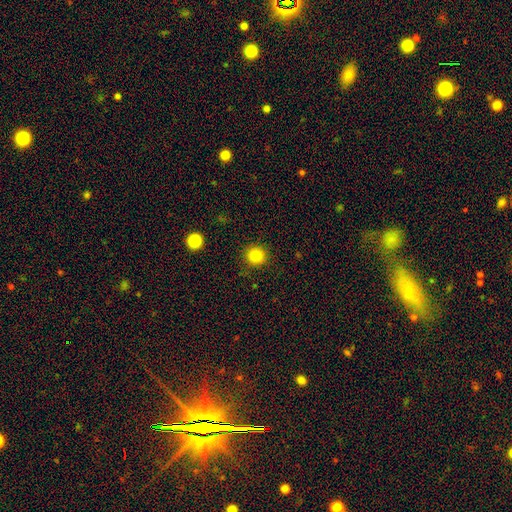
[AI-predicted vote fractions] Smooth or featured: smooth — 84% (star or artifact — 12%)
How rounded: round — 93% (in between — 6%)
Merging: none — 90% (minor disturbance — 7%)